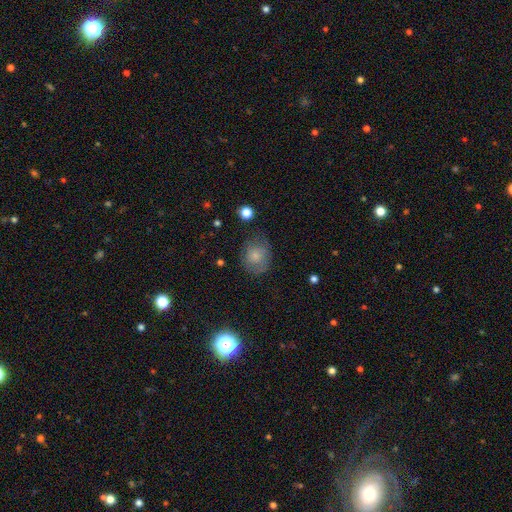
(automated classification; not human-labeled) Morphology: type=smooth (75%); roundness=round (63%); merging=none (61%).